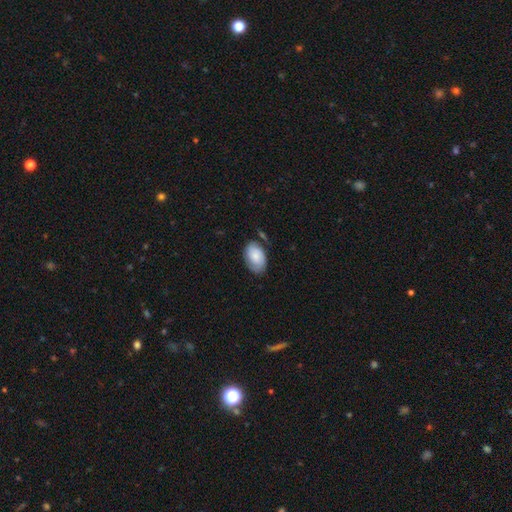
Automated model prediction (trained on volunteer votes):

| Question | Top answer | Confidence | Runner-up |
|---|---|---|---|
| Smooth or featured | smooth | 68% | featured or disk (25%) |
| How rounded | in between | 91% | round (8%) |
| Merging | none | 66% | minor disturbance (22%) |